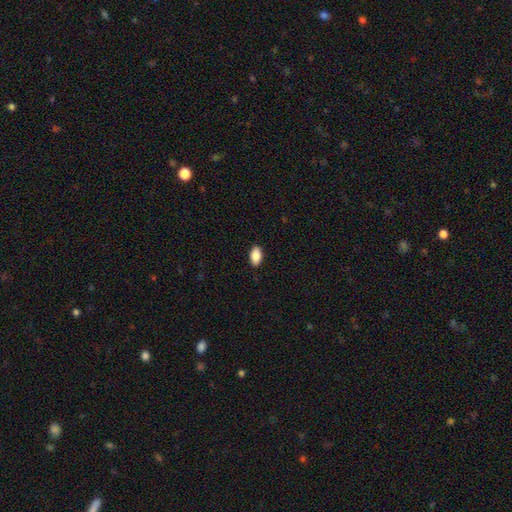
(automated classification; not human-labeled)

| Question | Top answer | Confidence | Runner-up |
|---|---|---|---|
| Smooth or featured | smooth | 87% | star or artifact (7%) |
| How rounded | in between | 93% | round (4%) |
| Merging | none | 89% | minor disturbance (8%) |